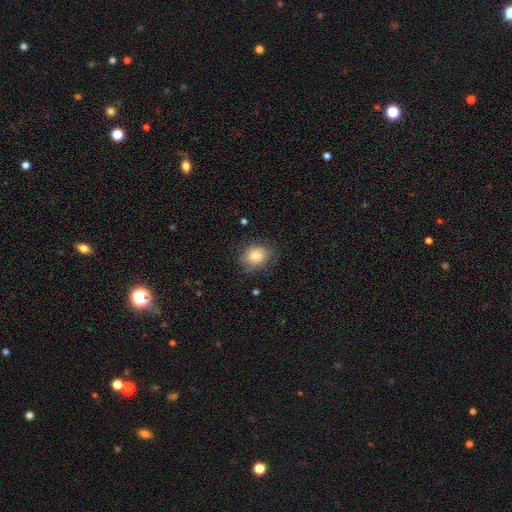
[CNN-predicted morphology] Smooth or featured: smooth — 80% (featured or disk — 12%)
How rounded: round — 59% (in between — 40%)
Merging: none — 73% (minor disturbance — 20%)